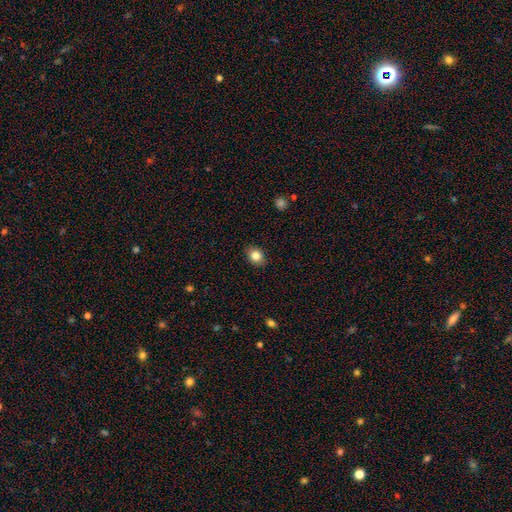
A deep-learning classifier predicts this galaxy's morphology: type=smooth (83%); roundness=in between (50%, tied with round); merging=none (88%).